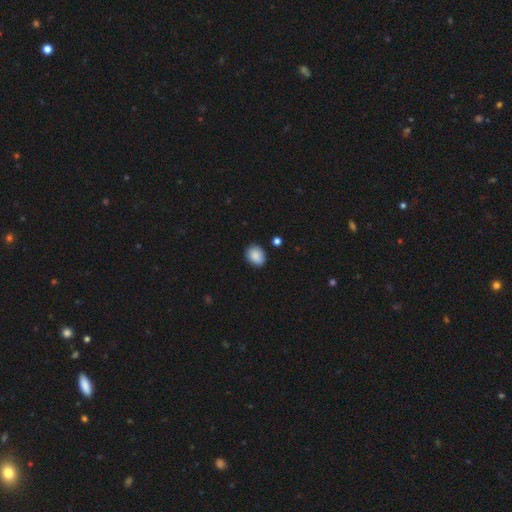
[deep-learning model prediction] Q: Smooth or featured?
A: smooth (88%); runner-up: star or artifact (8%)
Q: How rounded?
A: round (51%); runner-up: in between (48%)
Q: Merging?
A: none (85%); runner-up: minor disturbance (11%)